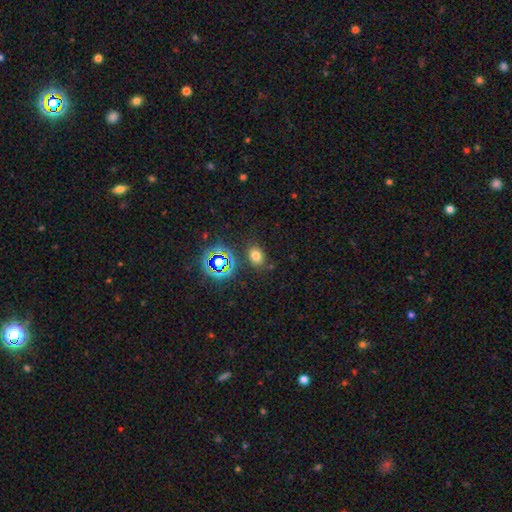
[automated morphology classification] The model was most divided on "how rounded": in between: 66%, round: 32%, cigar-shaped: 1%. More confident: merging — none (80%); smooth or featured — smooth (69%).